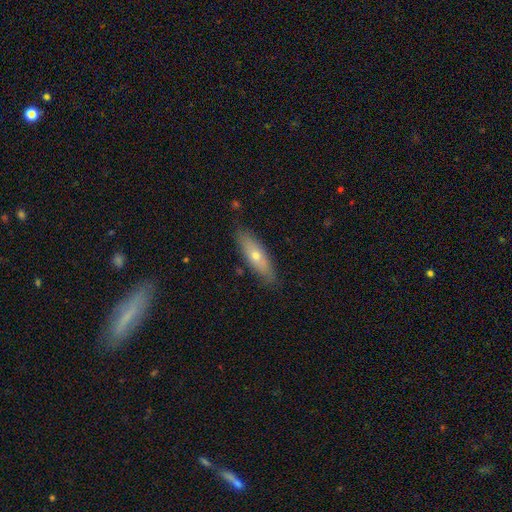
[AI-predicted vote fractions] smooth 54%, featured or disk 39%, star or artifact 7%. Down the decision tree: how rounded — cigar-shaped (55%); merging — none (84%).